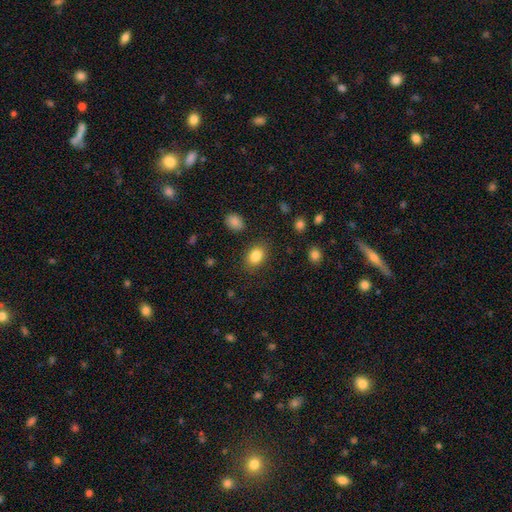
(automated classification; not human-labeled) Smooth or featured? smooth (85%)
How rounded? in between (72%)
Merging? none (84%)